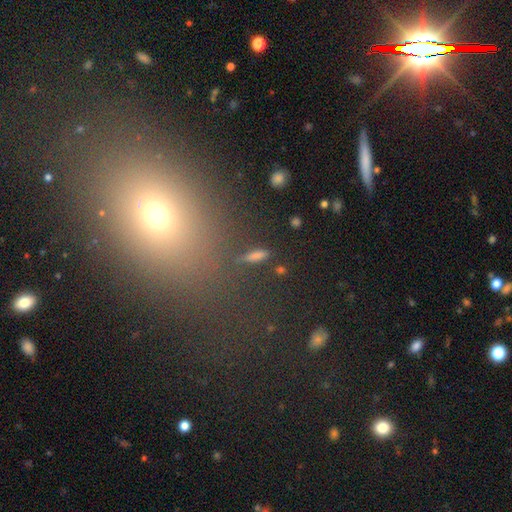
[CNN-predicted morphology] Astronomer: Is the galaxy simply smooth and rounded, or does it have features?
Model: smooth — 52% (runner-up: star or artifact, 34%).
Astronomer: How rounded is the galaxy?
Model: in between — 55% (runner-up: round, 39%).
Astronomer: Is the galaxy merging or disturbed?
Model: none — 77%.